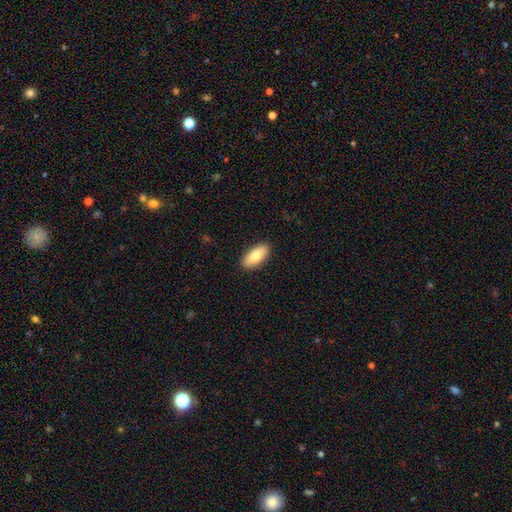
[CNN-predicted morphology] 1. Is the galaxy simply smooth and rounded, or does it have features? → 81% smooth, 13% featured or disk, 6% star or artifact.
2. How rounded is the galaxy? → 86% in between, 12% cigar-shaped, 2% round.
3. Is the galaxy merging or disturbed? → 90% none, 7% minor disturbance, 2% major disturbance, 1% merger.